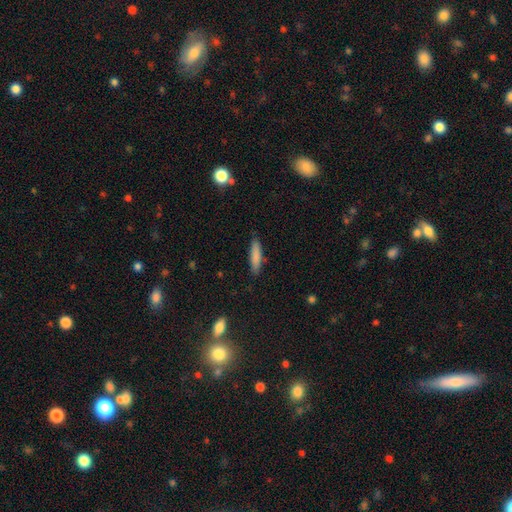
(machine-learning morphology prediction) The model was most divided on "how rounded": cigar-shaped: 79%, in between: 19%, round: 1%. More confident: merging — none (84%); smooth or featured — smooth (83%).